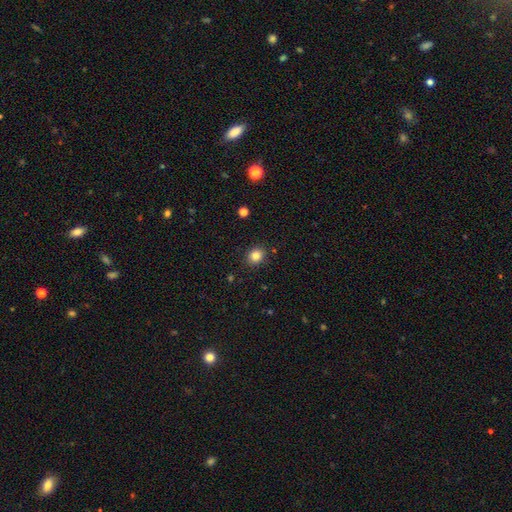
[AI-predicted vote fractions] Smooth or featured? Predicted: smooth (p=0.83). How rounded? Predicted: round (p=0.68). Merging? Predicted: none (p=0.89).